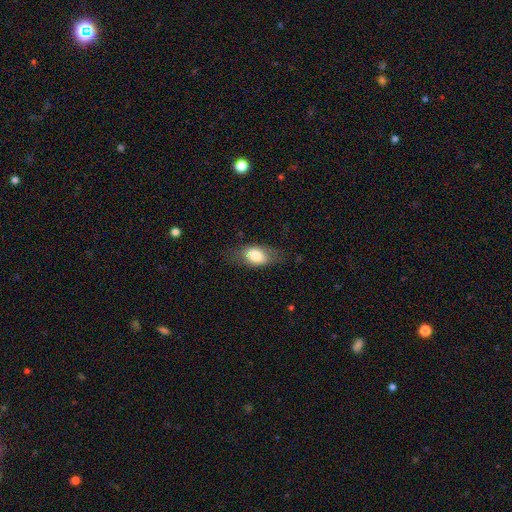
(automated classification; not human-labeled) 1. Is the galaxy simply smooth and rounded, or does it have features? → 71% smooth, 21% featured or disk, 8% star or artifact.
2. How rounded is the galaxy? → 83% in between, 13% round, 4% cigar-shaped.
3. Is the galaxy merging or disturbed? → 63% none, 23% minor disturbance, 10% major disturbance, 3% merger.